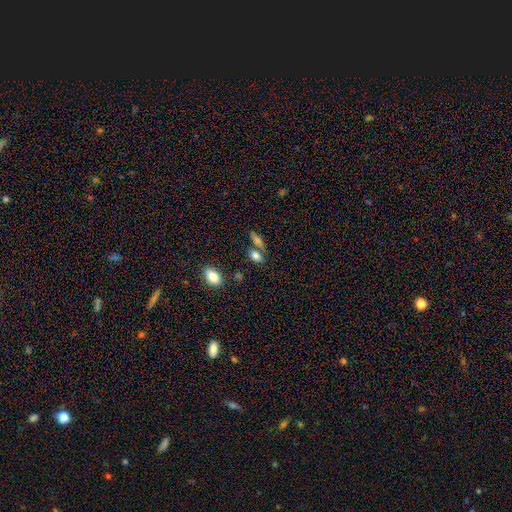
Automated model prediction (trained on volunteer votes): smooth 76%, featured or disk 13%, star or artifact 11%. Down the decision tree: how rounded — in between (75%); merging — none (59%).